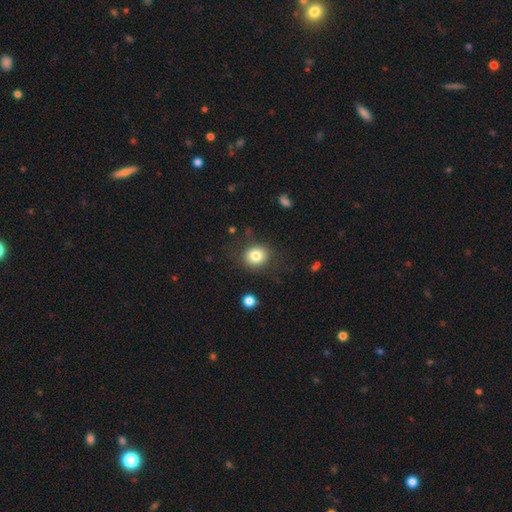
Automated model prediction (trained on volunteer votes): smooth 81%, star or artifact 10%, featured or disk 9%. Down the decision tree: how rounded — round (72%); merging — none (82%).